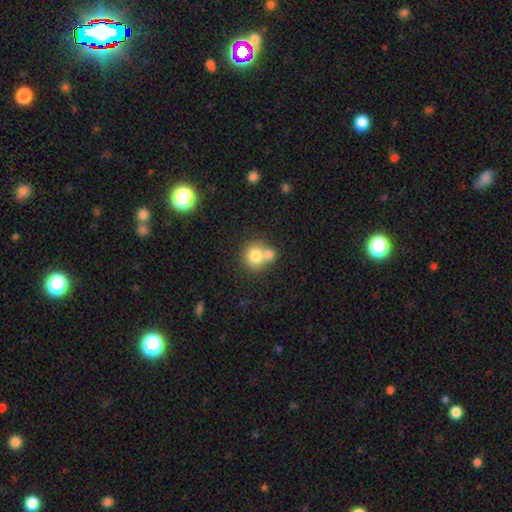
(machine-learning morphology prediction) Smooth or featured? smooth (76%)
How rounded? round (81%)
Merging? merger (50%)